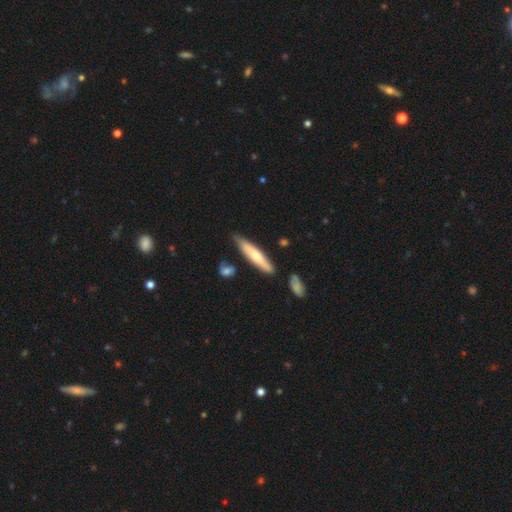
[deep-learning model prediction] Smooth or featured?
  - smooth: 59% *
  - featured or disk: 36%
  - star or artifact: 5%
How rounded?
  - cigar-shaped: 84% *
  - in between: 15%
  - round: 2%
Merging?
  - none: 73% *
  - minor disturbance: 19%
  - merger: 5%
  - major disturbance: 3%